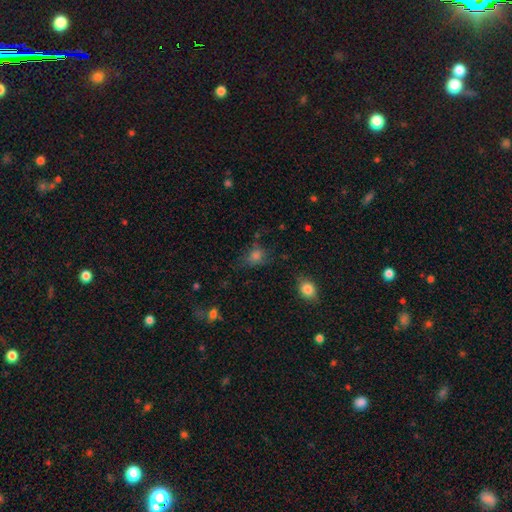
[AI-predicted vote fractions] The model was most divided on "how rounded": round: 54%, in between: 44%, cigar-shaped: 2%. More confident: smooth or featured — smooth (72%); merging — none (63%).